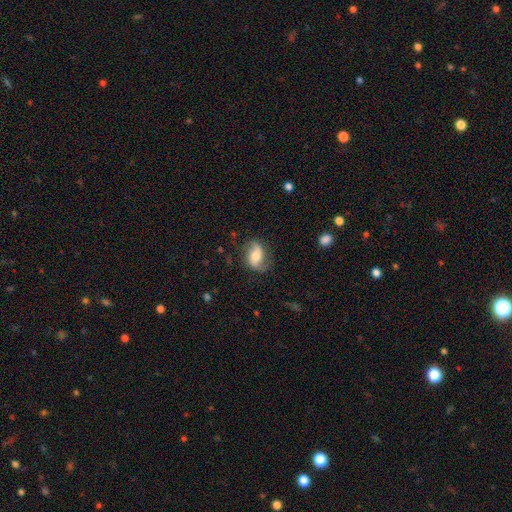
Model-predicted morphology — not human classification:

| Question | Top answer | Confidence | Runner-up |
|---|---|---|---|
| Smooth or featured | featured or disk | 58% | smooth (34%) |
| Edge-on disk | no | 95% | yes (5%) |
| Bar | no | 44% | weak (34%) |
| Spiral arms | yes | 88% | no (12%) |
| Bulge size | moderate | 58% | small (23%) |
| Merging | none | 72% | minor disturbance (19%) |